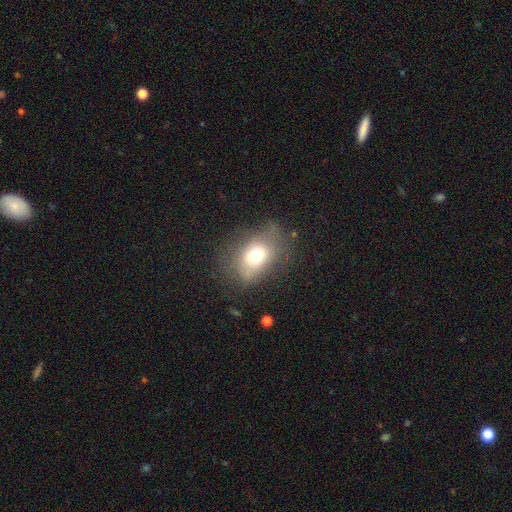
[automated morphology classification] smooth-or-featured: smooth: 68% | featured or disk: 19% | star or artifact: 13%
  how-rounded: in between: 64% | round: 35% | cigar-shaped: 1%
  merging: none: 56% | minor disturbance: 25% | major disturbance: 16% | merger: 2%